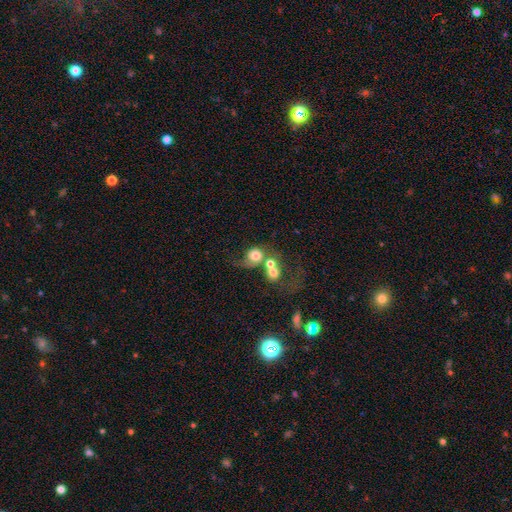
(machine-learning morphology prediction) This is possibly a smooth galaxy (59%). How rounded: likely round (73%). Merging: possibly merger (53%).